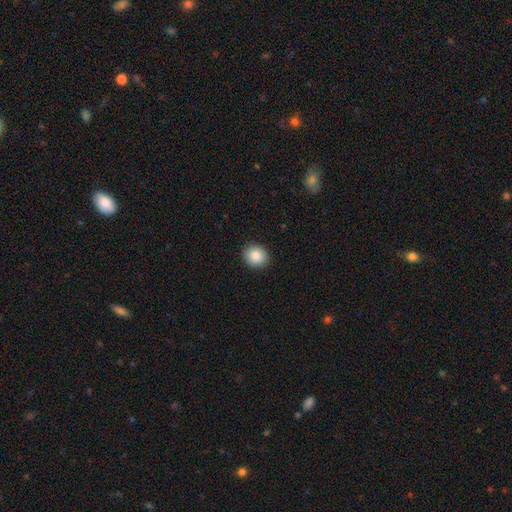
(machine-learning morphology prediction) Overall: smooth (87%). How rounded: round (78%). Merging: none (91%).